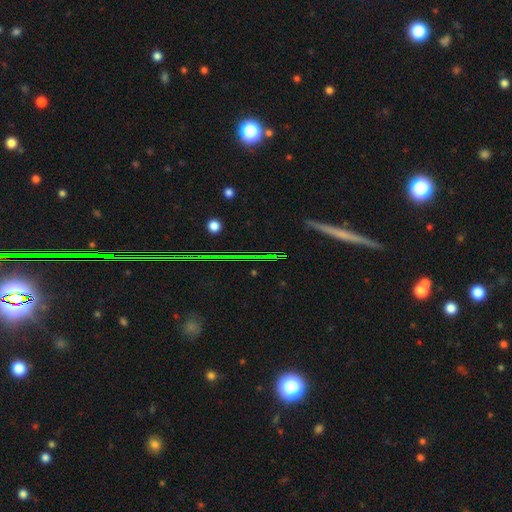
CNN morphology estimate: Smooth or featured: star or artifact — 50% (featured or disk — 32%)